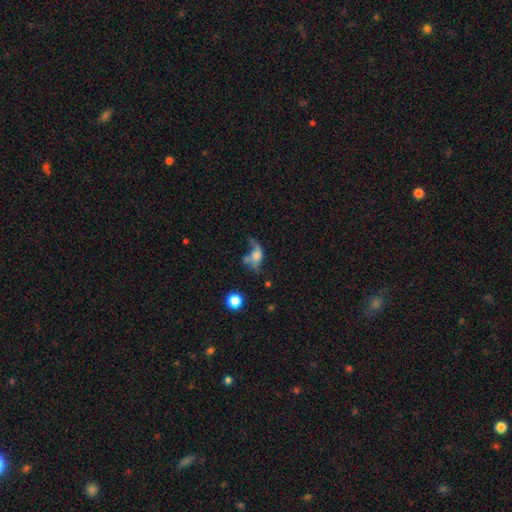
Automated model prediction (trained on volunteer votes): Smooth or featured: featured or disk — 49% (smooth — 37%)
Merging: major disturbance — 40% (none — 25%)